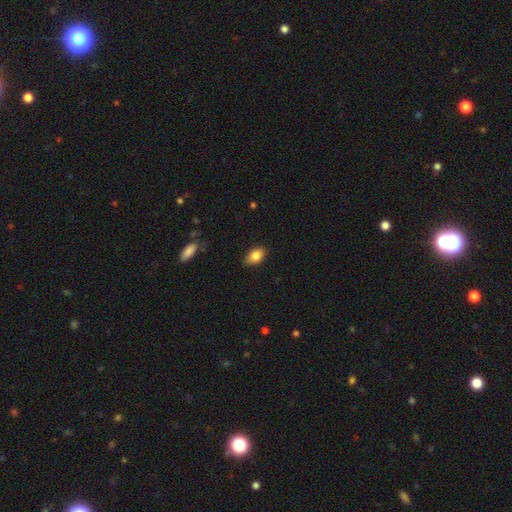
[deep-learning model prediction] smooth 83%, featured or disk 9%, star or artifact 8%. Down the decision tree: how rounded — in between (85%); merging — none (81%).